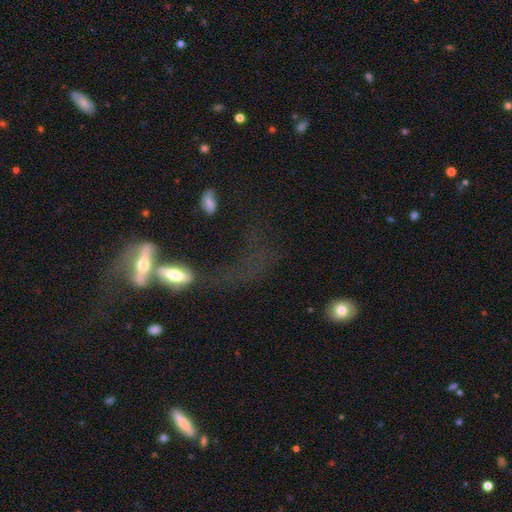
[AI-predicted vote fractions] A featured or disk galaxy (46%). Merging: merger (62%).